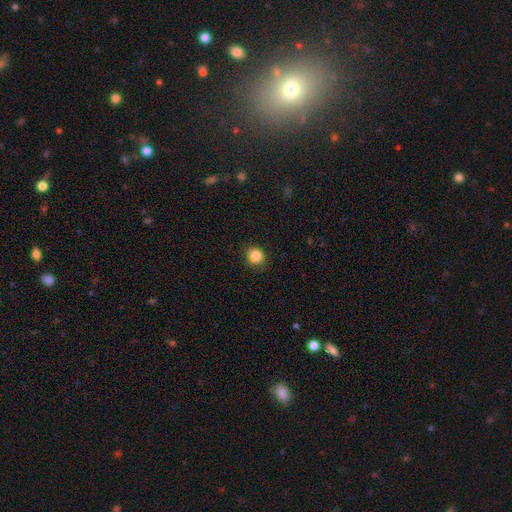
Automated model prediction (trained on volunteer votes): The model was most divided on "how rounded": round: 82%, in between: 17%, cigar-shaped: 1%. More confident: merging — none (86%); smooth or featured — smooth (85%).